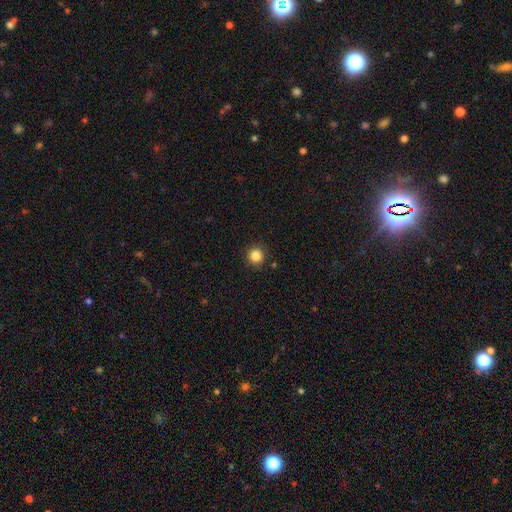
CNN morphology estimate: Q: Smooth or featured?
A: smooth (85%); runner-up: star or artifact (11%)
Q: How rounded?
A: round (95%); runner-up: in between (4%)
Q: Merging?
A: none (91%); runner-up: minor disturbance (5%)